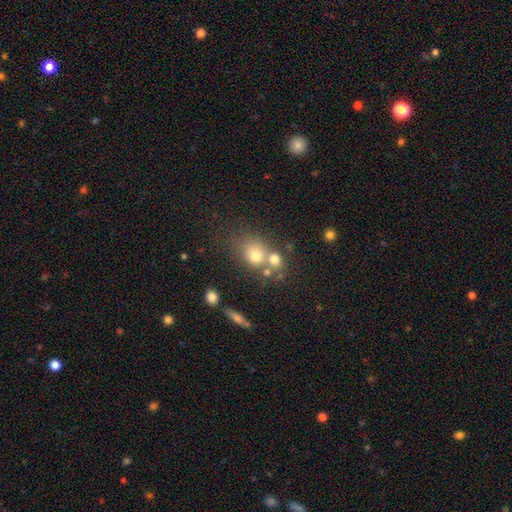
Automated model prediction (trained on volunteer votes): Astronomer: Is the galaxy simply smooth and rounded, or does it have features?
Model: smooth — 70%.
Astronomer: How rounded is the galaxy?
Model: round — 65%.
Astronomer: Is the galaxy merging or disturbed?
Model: none — 42%, tied with merger at 42%.